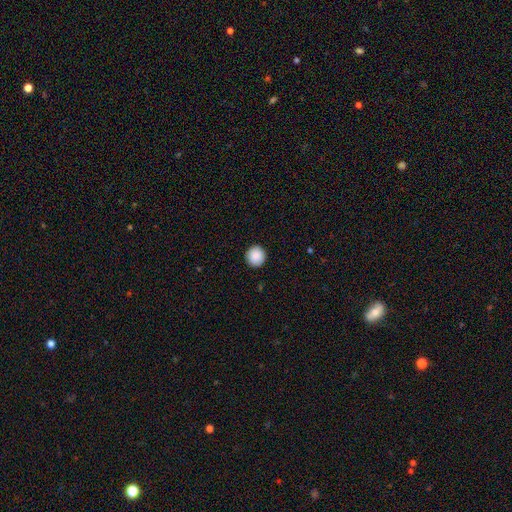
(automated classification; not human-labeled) Smooth or featured: smooth — 89% (star or artifact — 8%)
How rounded: round — 94% (in between — 5%)
Merging: none — 92% (minor disturbance — 5%)